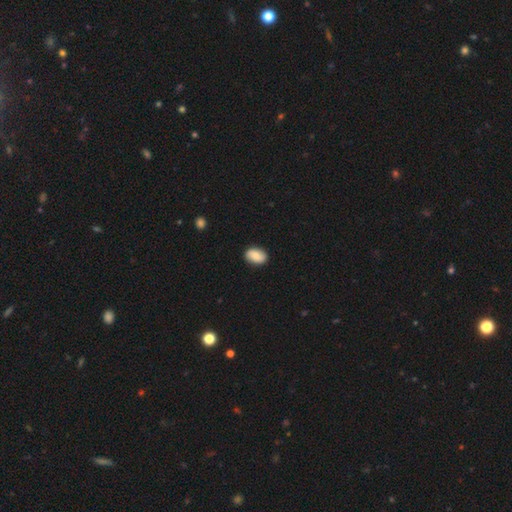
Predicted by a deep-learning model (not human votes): This is likely a smooth galaxy (76%). How rounded: clearly in between (86%). Merging: clearly none (87%).